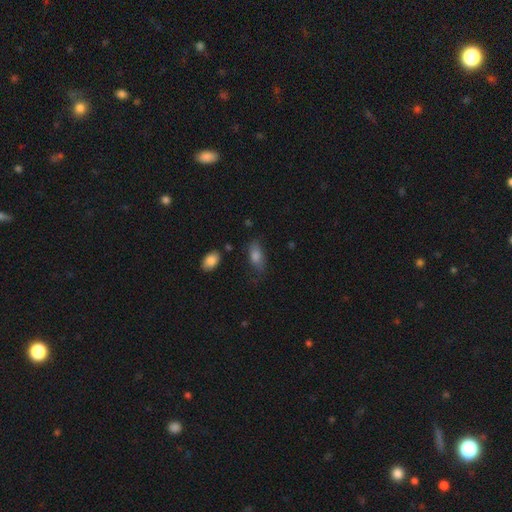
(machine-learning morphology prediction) type=smooth (77%); roundness=in between (84%); merging=none (67%).